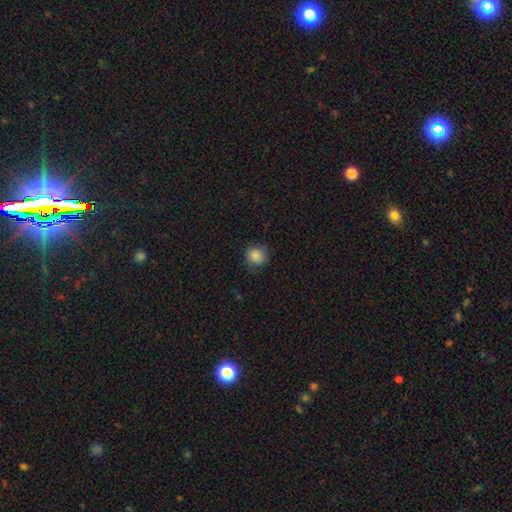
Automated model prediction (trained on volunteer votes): This is clearly a smooth galaxy (86%). How rounded: clearly round (89%). Merging: clearly none (83%).